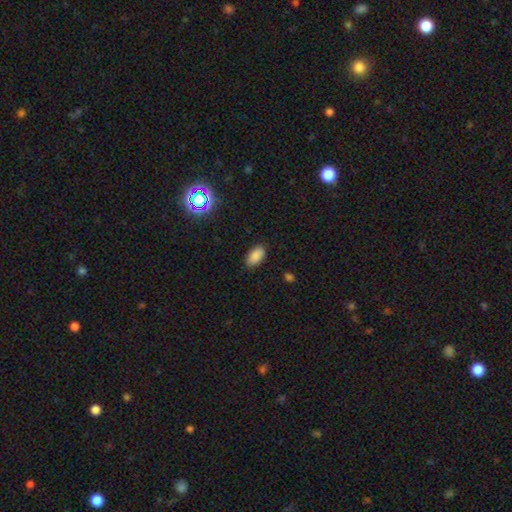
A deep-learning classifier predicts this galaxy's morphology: Smooth or featured: smooth — 86% (star or artifact — 10%)
How rounded: in between — 93% (round — 4%)
Merging: none — 86% (minor disturbance — 11%)